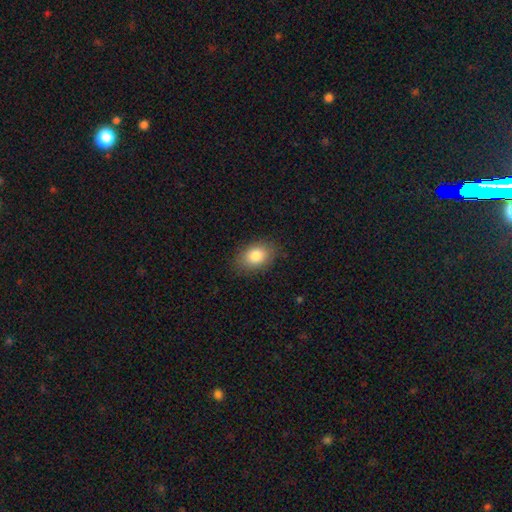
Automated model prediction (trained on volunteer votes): Morphology: type=smooth (83%); roundness=in between (82%); merging=none (84%).